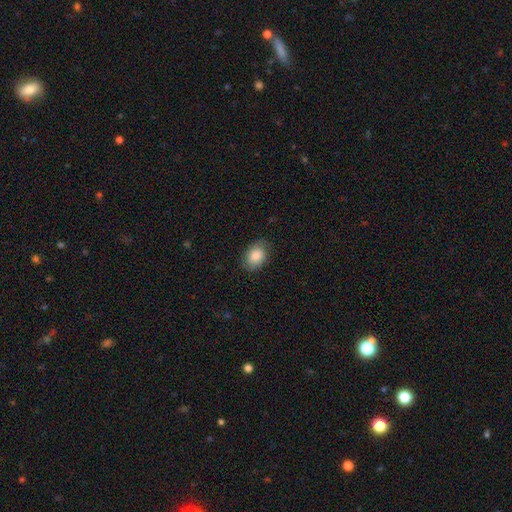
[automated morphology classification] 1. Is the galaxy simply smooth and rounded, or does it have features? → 84% smooth, 9% featured or disk, 7% star or artifact.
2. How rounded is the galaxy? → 78% in between, 21% round, 1% cigar-shaped.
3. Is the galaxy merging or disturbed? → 78% none, 17% minor disturbance, 4% major disturbance, 1% merger.